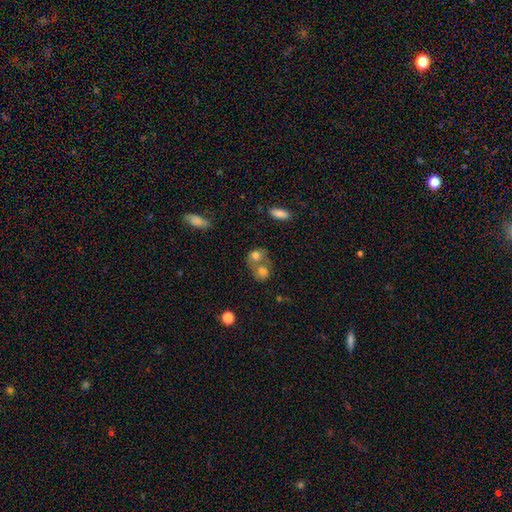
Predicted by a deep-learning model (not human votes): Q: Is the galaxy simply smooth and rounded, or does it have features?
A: smooth — 71%.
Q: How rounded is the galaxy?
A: round — 56%.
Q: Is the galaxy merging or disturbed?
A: merger — 61%.